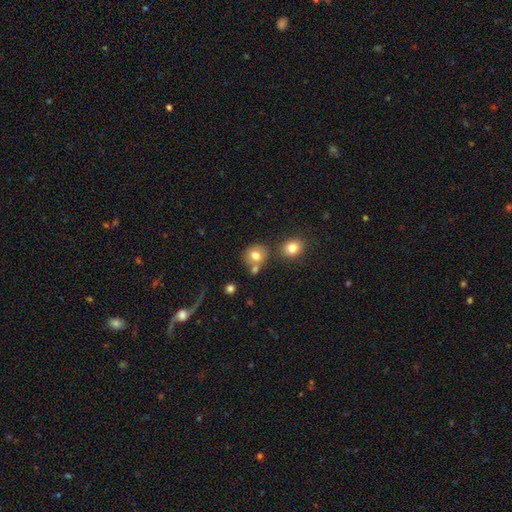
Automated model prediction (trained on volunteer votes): A smooth galaxy with no disk features (76%) that is round (79%). Merging: none (63%).